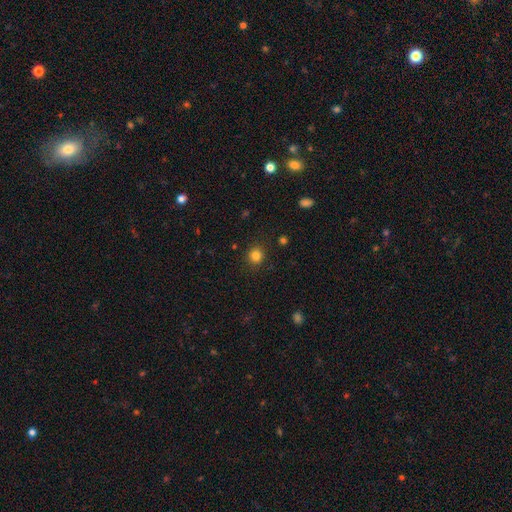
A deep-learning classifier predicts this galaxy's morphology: type=smooth (82%); roundness=round (90%); merging=none (90%).